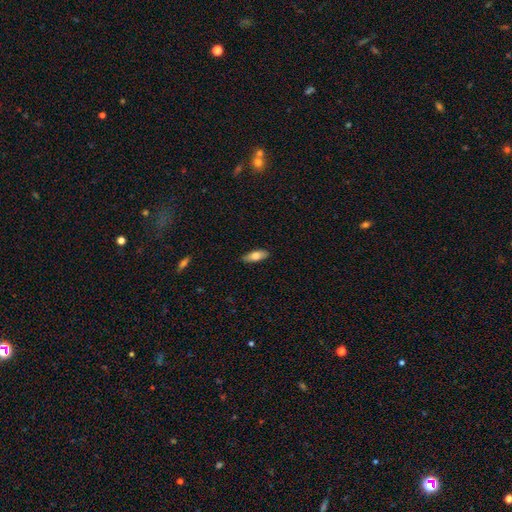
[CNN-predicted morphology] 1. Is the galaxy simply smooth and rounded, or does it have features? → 74% smooth, 20% featured or disk, 6% star or artifact.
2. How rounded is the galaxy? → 71% in between, 27% cigar-shaped, 2% round.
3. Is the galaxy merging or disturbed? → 88% none, 9% minor disturbance, 2% major disturbance, 1% merger.